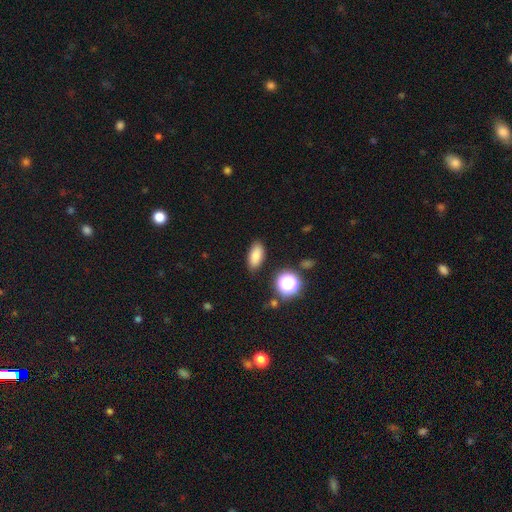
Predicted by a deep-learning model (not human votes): smooth 81%, star or artifact 11%, featured or disk 7%. Down the decision tree: how rounded — in between (85%); merging — none (85%).